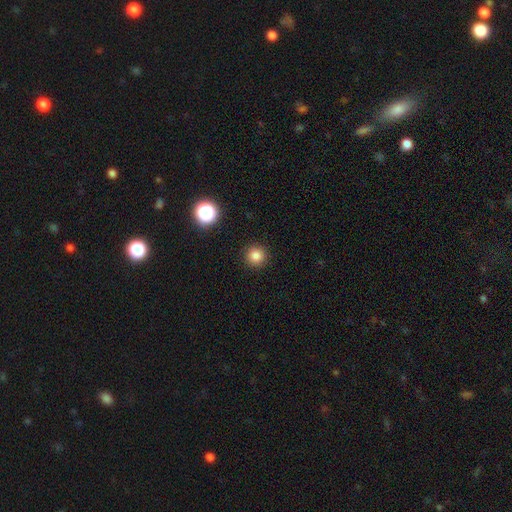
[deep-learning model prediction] Smooth or featured?
  - smooth: 83% *
  - star or artifact: 13%
  - featured or disk: 4%
How rounded?
  - round: 96% *
  - in between: 4%
  - cigar-shaped: 1%
Merging?
  - none: 92% *
  - minor disturbance: 5%
  - major disturbance: 2%
  - merger: 1%